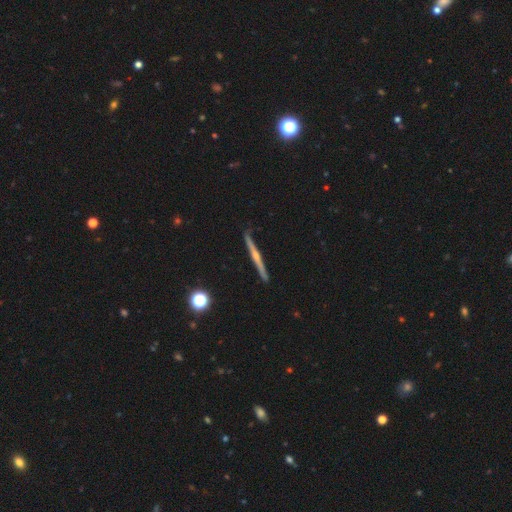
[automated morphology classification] Smooth or featured? featured or disk (77%)
Edge-on disk? yes (98%)
Edge-on bulge? rounded (78%)
Merging? none (91%)